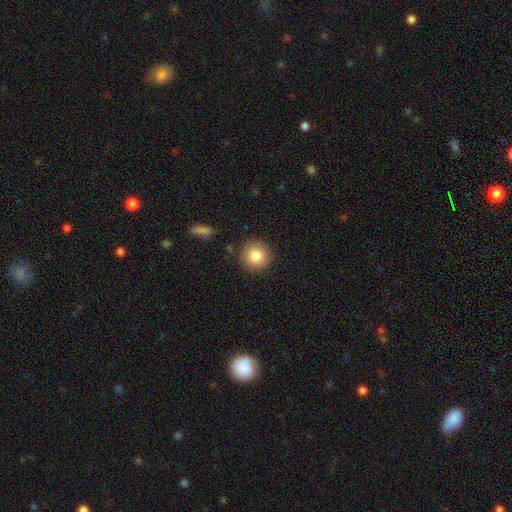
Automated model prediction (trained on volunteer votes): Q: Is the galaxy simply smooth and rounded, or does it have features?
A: smooth — 85%.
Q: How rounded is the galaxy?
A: round — 94%.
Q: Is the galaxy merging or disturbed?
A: none — 88%.